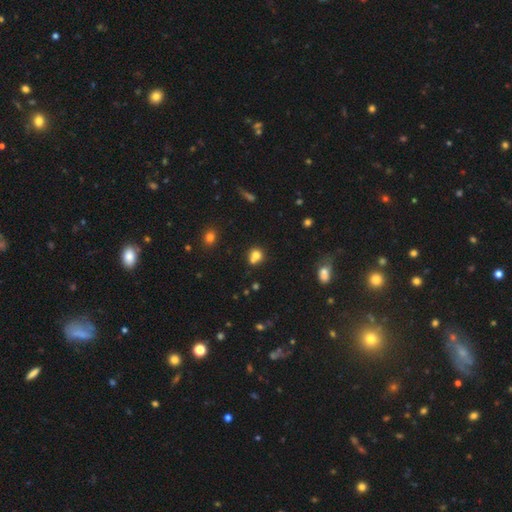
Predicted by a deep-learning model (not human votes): Smooth or featured: smooth — 75% (star or artifact — 13%)
How rounded: round — 79% (in between — 20%)
Merging: none — 44% (merger — 42%)